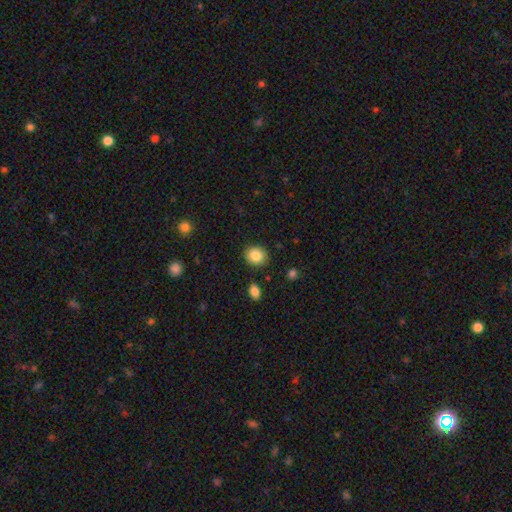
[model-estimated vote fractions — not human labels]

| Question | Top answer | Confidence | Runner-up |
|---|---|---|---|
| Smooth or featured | smooth | 86% | star or artifact (9%) |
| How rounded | round | 71% | in between (29%) |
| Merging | none | 88% | minor disturbance (8%) |